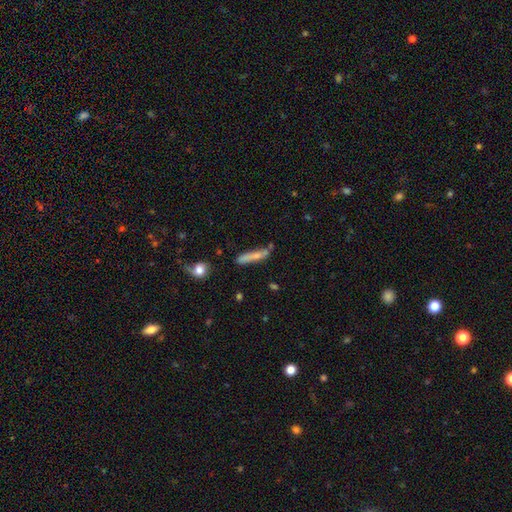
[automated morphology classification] smooth_or_featured: smooth (p=0.68) [alt: featured or disk p=0.25]
how_rounded: cigar-shaped (p=0.87) [alt: in between p=0.11]
merging: none (p=0.64) [alt: minor disturbance p=0.20]